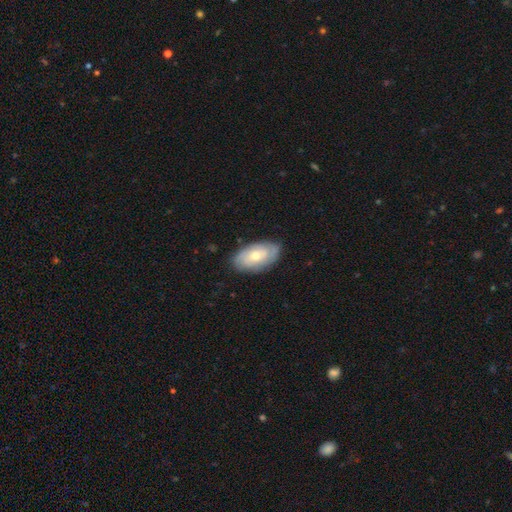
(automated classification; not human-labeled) Q: Smooth or featured?
A: featured or disk (54%); runner-up: smooth (40%)
Q: Edge-on disk?
A: no (92%); runner-up: yes (8%)
Q: Merging?
A: none (79%); runner-up: minor disturbance (16%)